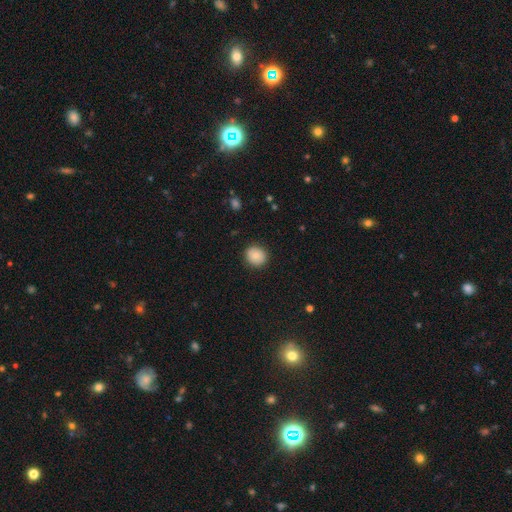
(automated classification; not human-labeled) Q: Smooth or featured?
A: smooth (80%); runner-up: featured or disk (11%)
Q: How rounded?
A: round (83%); runner-up: in between (16%)
Q: Merging?
A: none (88%); runner-up: minor disturbance (9%)